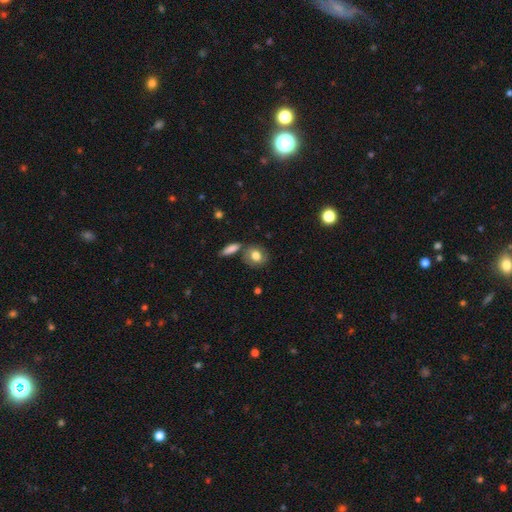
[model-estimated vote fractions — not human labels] A smooth galaxy with no disk features (73%) that is round (59%).

Vote fractions:
- Smooth or featured? smooth: 73% / featured or disk: 19% / star or artifact: 8%
- How rounded? round: 59% / in between: 39% / cigar-shaped: 2%
- Merging? none: 70% / minor disturbance: 14% / merger: 12% / major disturbance: 4%